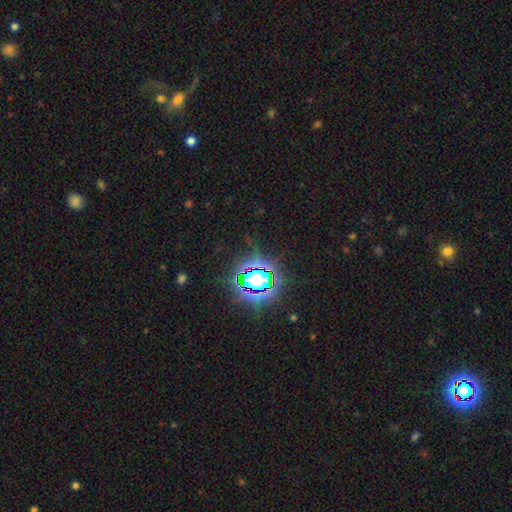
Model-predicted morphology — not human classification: Smooth or featured? star or artifact (76%)